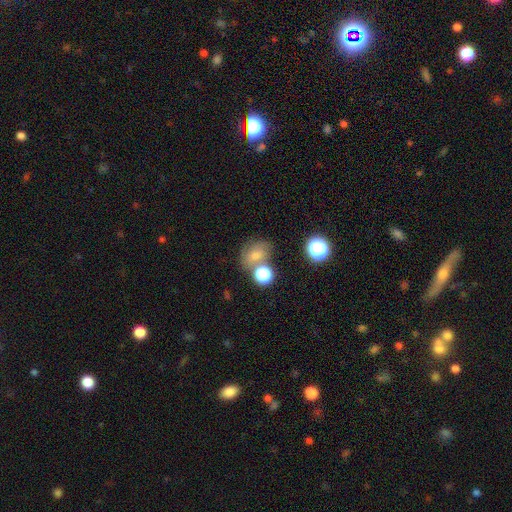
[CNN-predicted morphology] Smooth or featured?
  - smooth: 68% *
  - star or artifact: 16%
  - featured or disk: 16%
How rounded?
  - in between: 54% *
  - round: 45%
  - cigar-shaped: 1%
Merging?
  - none: 52% *
  - merger: 24%
  - minor disturbance: 16%
  - major disturbance: 8%